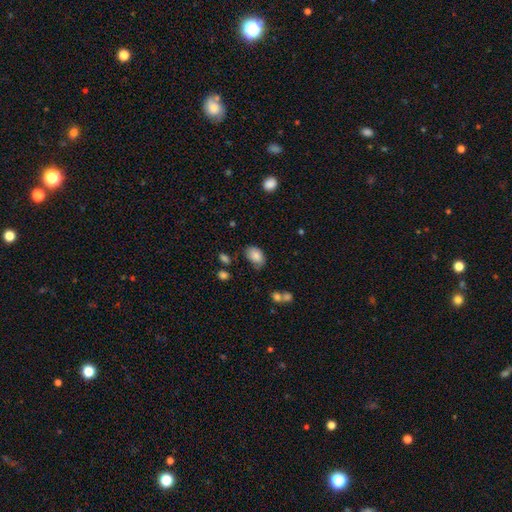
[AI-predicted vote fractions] Overall: smooth (84%). How rounded: in between (84%). Merging: none (63%; minor disturbance 27%).